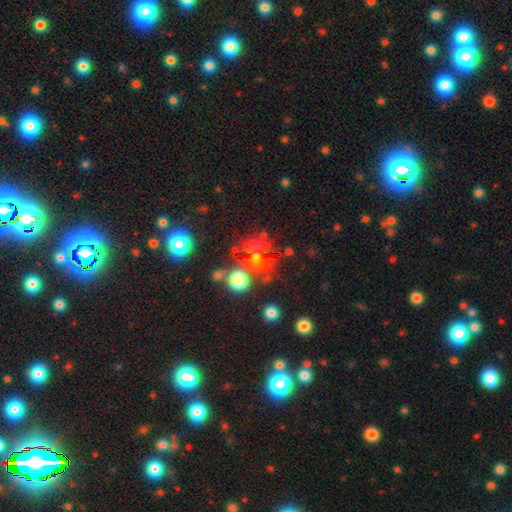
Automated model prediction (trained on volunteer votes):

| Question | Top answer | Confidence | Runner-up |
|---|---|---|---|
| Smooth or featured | star or artifact | 53% | smooth (36%) |